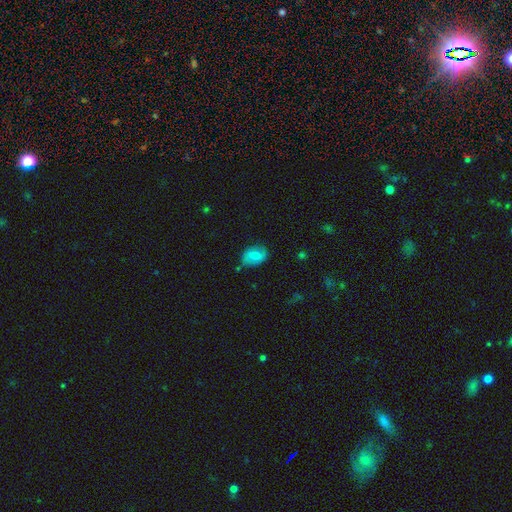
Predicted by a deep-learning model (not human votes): Q: Smooth or featured?
A: smooth (64%); runner-up: featured or disk (28%)
Q: How rounded?
A: in between (73%); runner-up: round (25%)
Q: Merging?
A: none (72%); runner-up: minor disturbance (21%)